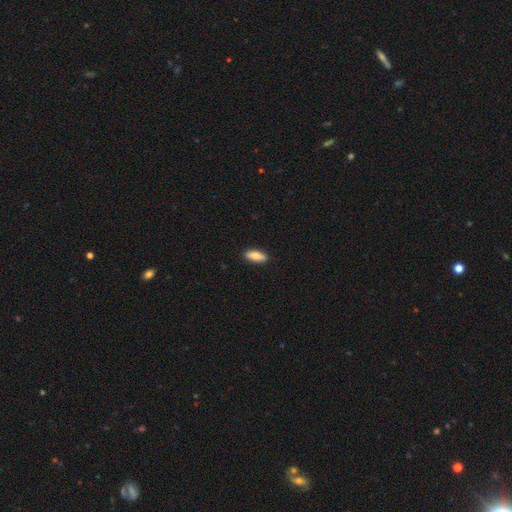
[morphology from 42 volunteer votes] type=smooth (86%); roundness=in between (69%); merging=none (93%).